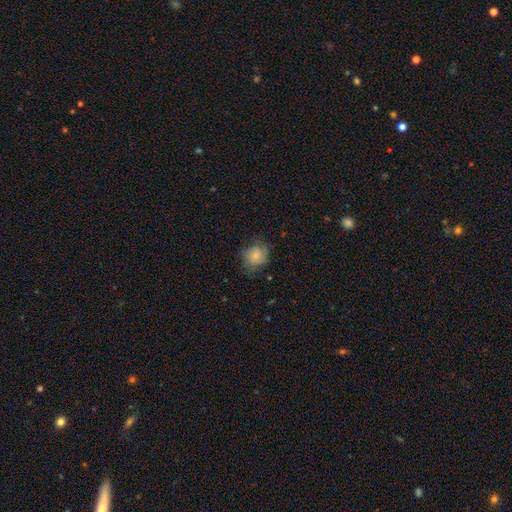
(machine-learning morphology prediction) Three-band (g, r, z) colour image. It shows a smooth galaxy with no disk features (77%) that is round (70%). Merging: none (63%).